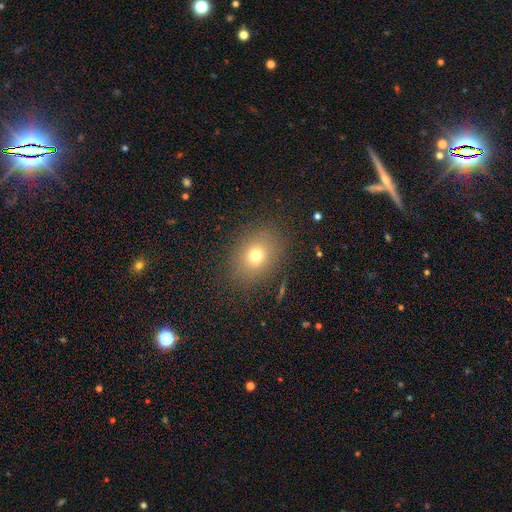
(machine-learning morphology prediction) smooth 70%, star or artifact 16%, featured or disk 13%. Down the decision tree: how rounded — in between (51%); merging — none (84%).